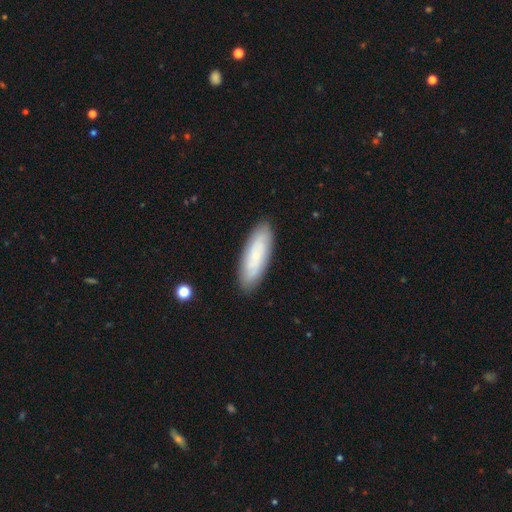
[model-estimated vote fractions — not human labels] Smooth or featured? Predicted: smooth (p=0.62). How rounded? Predicted: in between (p=0.55). Merging? Predicted: none (p=0.88).